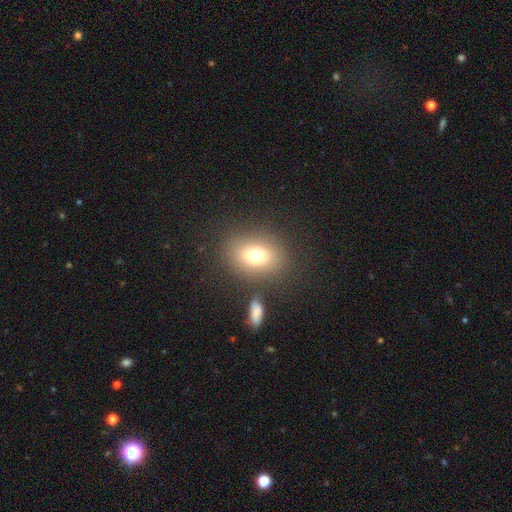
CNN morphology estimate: Overall: smooth (74%). How rounded: in between (59%; round 40%). Merging: none (80%).